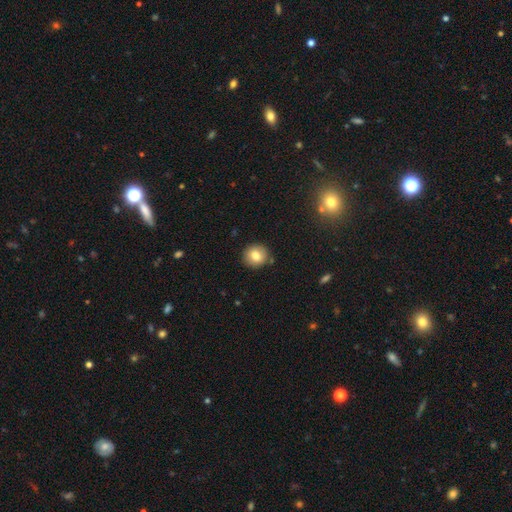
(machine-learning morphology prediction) This appears to be a smooth galaxy with no disk features (81%) that is round (90%). Merging: none (88%).